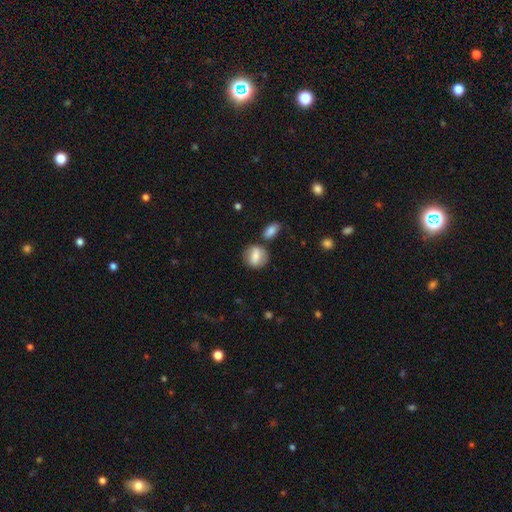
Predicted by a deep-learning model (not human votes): Smooth or featured? smooth (73%)
How rounded? round (61%)
Merging? none (67%)